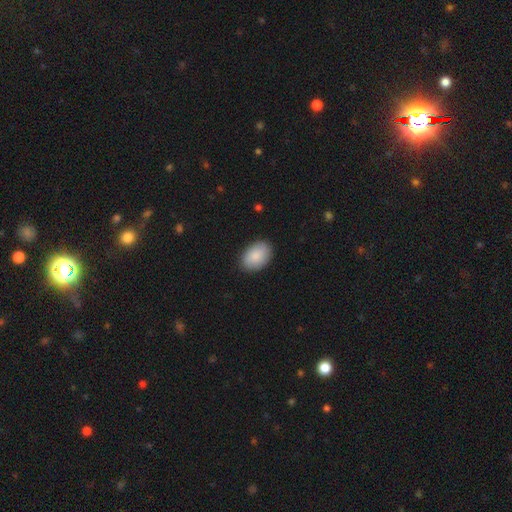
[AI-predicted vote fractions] This is clearly a smooth galaxy (89%). How rounded: clearly in between (88%). Merging: clearly none (87%).